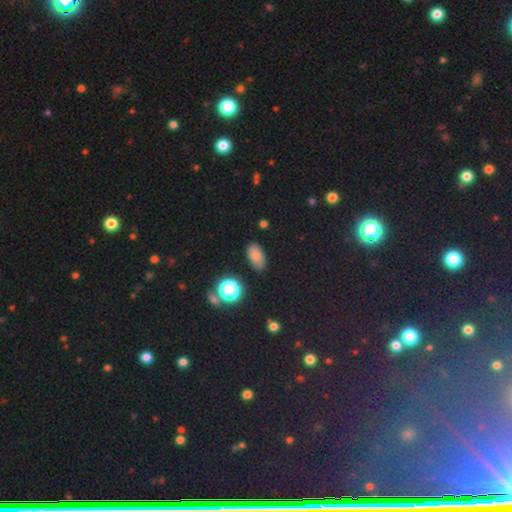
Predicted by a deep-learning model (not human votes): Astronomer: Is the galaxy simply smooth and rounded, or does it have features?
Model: smooth — 76%.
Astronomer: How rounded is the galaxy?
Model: in between — 90%.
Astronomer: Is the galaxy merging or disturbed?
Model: none — 84%.